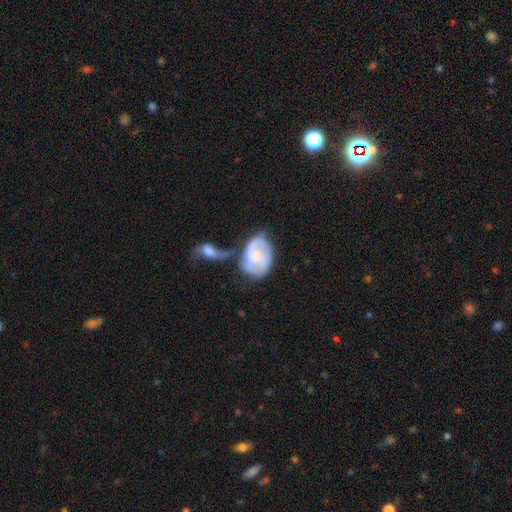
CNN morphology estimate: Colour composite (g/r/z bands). It shows a featured or disk galaxy (63%) with no bar (61%), spiral arms (80%) and a small central bulge (53%). Merging: merger (41%).